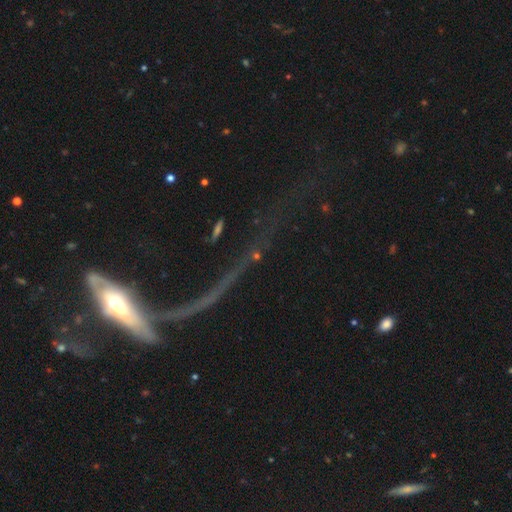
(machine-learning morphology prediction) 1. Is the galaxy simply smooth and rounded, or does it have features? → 54% star or artifact, 28% featured or disk, 18% smooth.